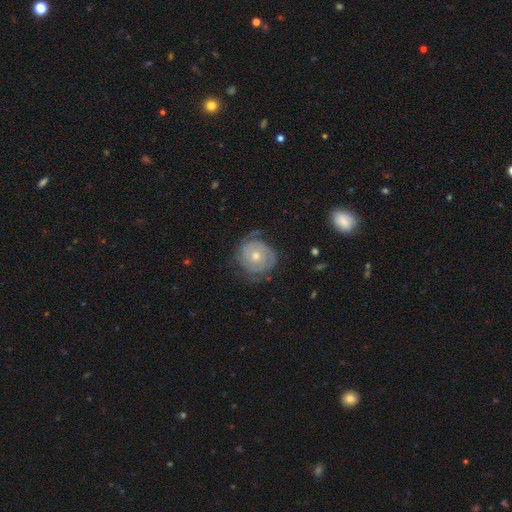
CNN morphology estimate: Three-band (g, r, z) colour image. It shows a featured or disk galaxy (74%) with no bar (82%), tight (74%) spiral arms (85%) and a moderate central bulge (62%). Merging: none (68%).